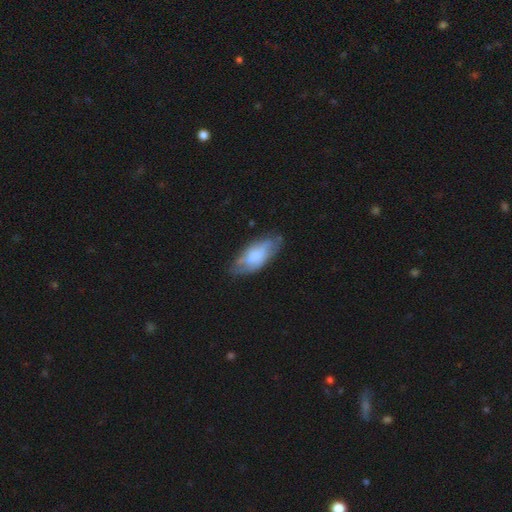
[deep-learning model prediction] A smooth galaxy with no disk features (59%) that is in between round and cigar-shaped (84%).

Vote fractions:
- Smooth or featured? smooth: 59% / featured or disk: 35% / star or artifact: 6%
- How rounded? in between: 84% / cigar-shaped: 14% / round: 2%
- Merging? none: 64% / minor disturbance: 27% / major disturbance: 7% / merger: 2%